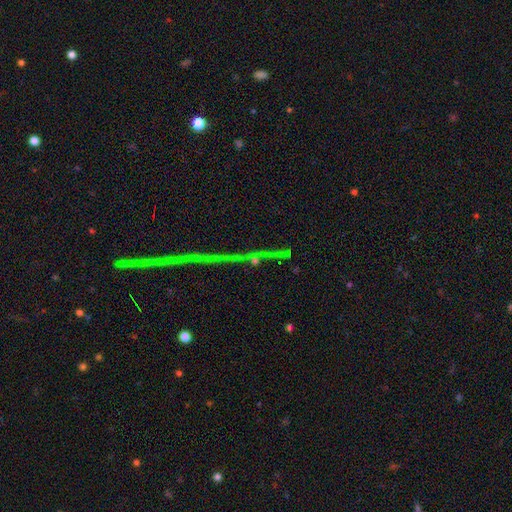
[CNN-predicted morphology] The model was most divided on "smooth or featured": star or artifact: 76%, featured or disk: 16%, smooth: 9%.